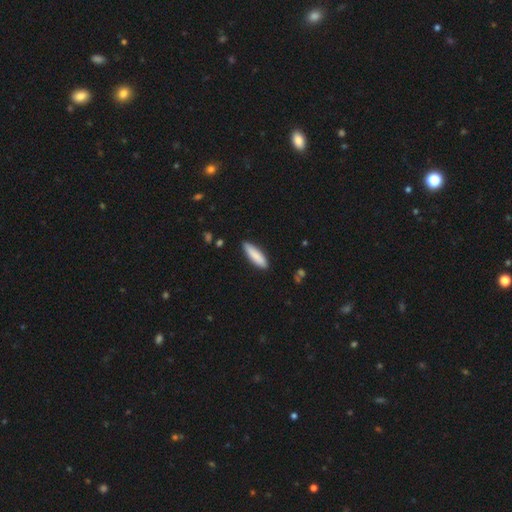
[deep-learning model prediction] smooth_or_featured: smooth (p=0.87) [alt: featured or disk p=0.08]
how_rounded: cigar-shaped (p=0.63) [alt: in between p=0.35]
merging: none (p=0.87) [alt: minor disturbance p=0.10]